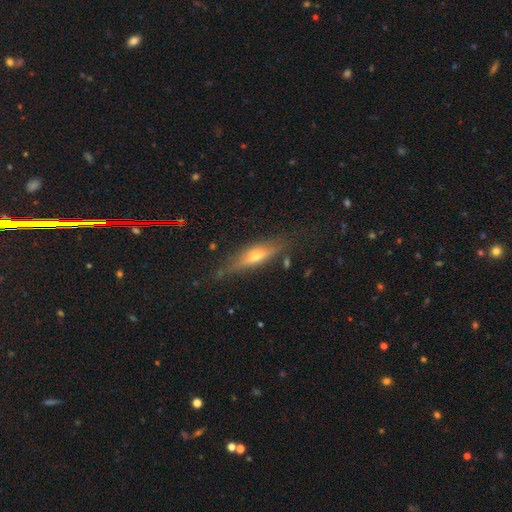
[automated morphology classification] smooth_or_featured: featured or disk (p=0.58) [alt: smooth p=0.33]
disk_edge_on: yes (p=0.90) [alt: no p=0.10]
edge_on_bulge: rounded (p=0.90) [alt: none p=0.06]
merging: none (p=0.79) [alt: minor disturbance p=0.14]